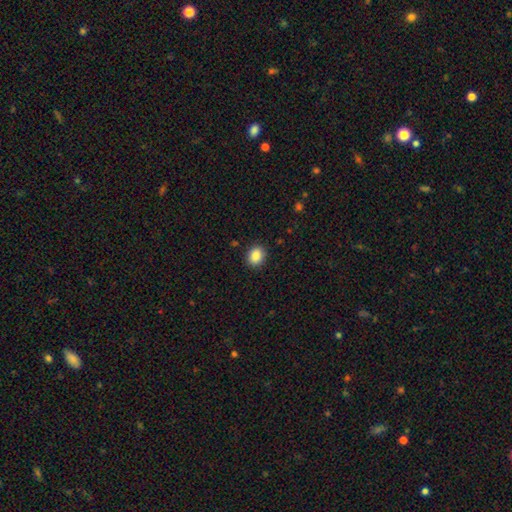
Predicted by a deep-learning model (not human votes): Q: Smooth or featured?
A: smooth (87%); runner-up: star or artifact (9%)
Q: How rounded?
A: round (59%); runner-up: in between (40%)
Q: Merging?
A: none (90%); runner-up: minor disturbance (7%)